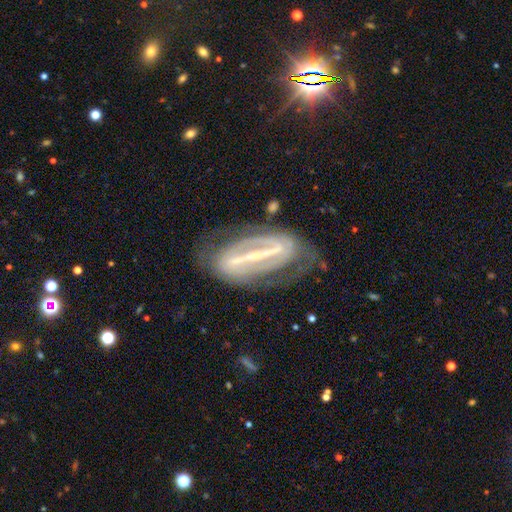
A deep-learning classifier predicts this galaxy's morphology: This is clearly a featured or disk galaxy (84%). It is clearly not viewed edge-on (83%). Bar: clearly strong (84%). Spiral arm pattern: likely yes (80%). Spiral arm count: likely 2 (73%). Spiral winding: possibly tight (46%). Central bulge: likely small (67%). Merging: likely none (67%).